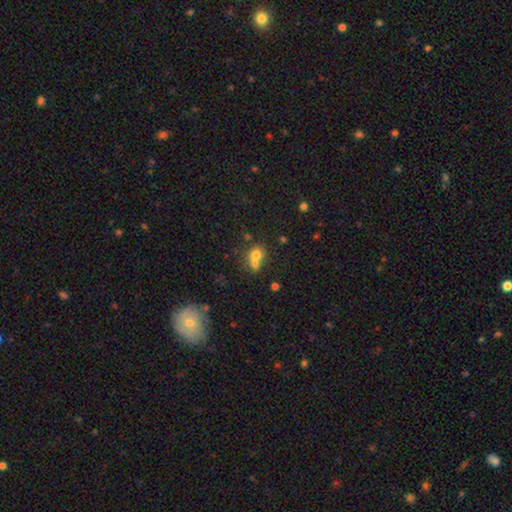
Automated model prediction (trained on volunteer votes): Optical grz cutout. It shows a smooth galaxy with no disk features (70%) that is round (64%). Merging: merger (55%).